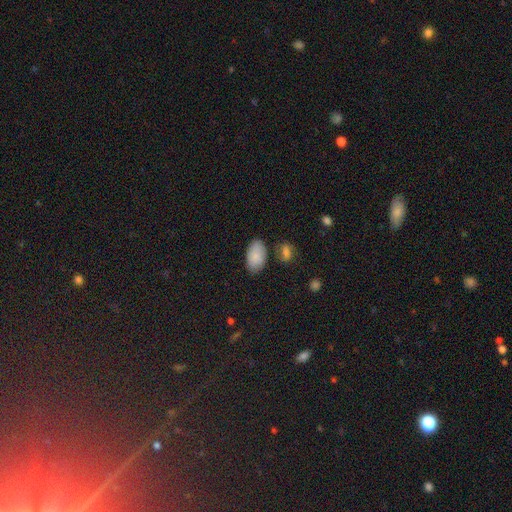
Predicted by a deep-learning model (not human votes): The model was most divided on "merging": none: 74%, minor disturbance: 16%, merger: 6%, major disturbance: 4%. More confident: how rounded — in between (94%); smooth or featured — smooth (87%).